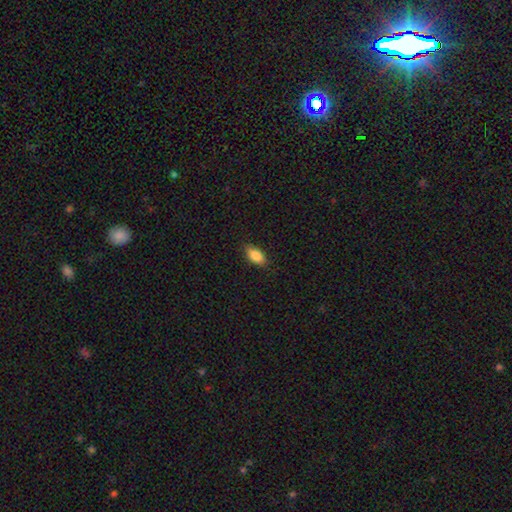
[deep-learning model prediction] Morphology: type=smooth (84%); roundness=in between (88%); merging=none (83%).